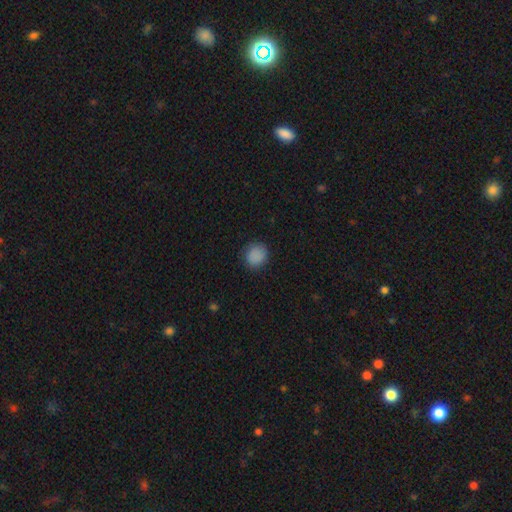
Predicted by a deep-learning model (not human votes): A smooth galaxy with no disk features (87%) that is round (86%).

Vote fractions:
- Smooth or featured? smooth: 87% / star or artifact: 9% / featured or disk: 3%
- How rounded? round: 86% / in between: 13% / cigar-shaped: 1%
- Merging? none: 86% / minor disturbance: 10% / major disturbance: 3% / merger: 1%